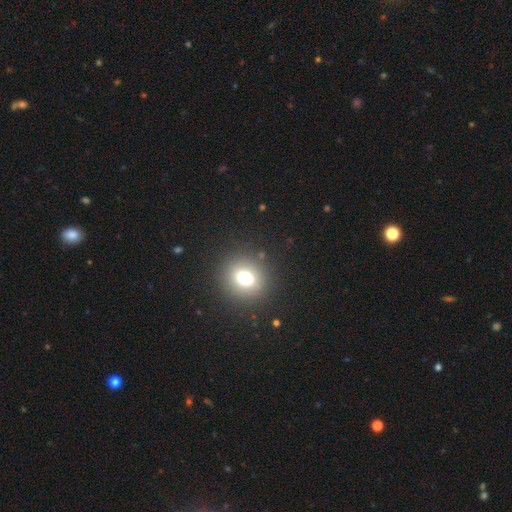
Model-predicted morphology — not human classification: This appears to be a smooth galaxy with no disk features (66%) that is round (85%). Merging: none (92%).